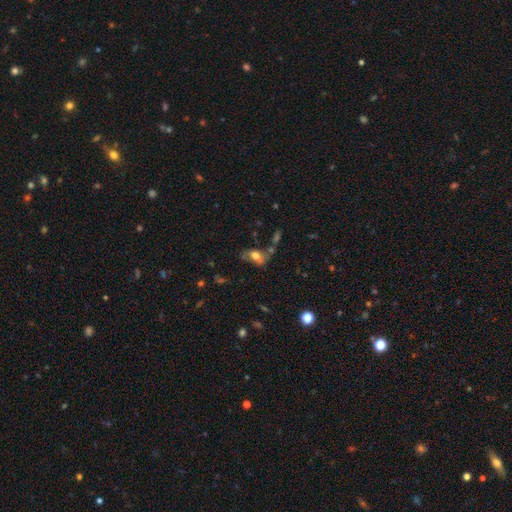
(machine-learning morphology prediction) Smooth or featured? Predicted: smooth (p=0.66). How rounded? Predicted: in between (p=0.85). Merging? Predicted: none (p=0.46).